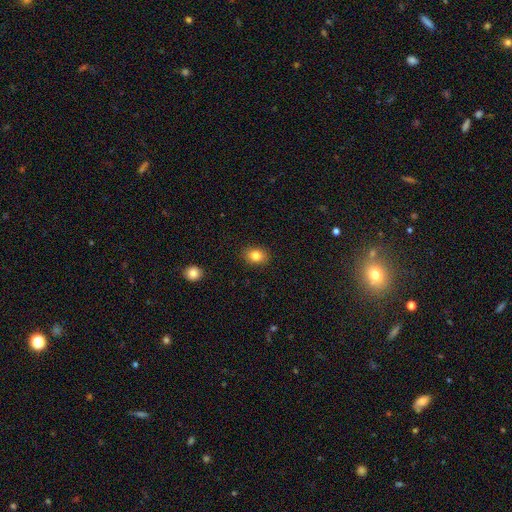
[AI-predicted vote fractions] Overall: smooth (84%). How rounded: in between (58%; round 41%). Merging: none (89%).